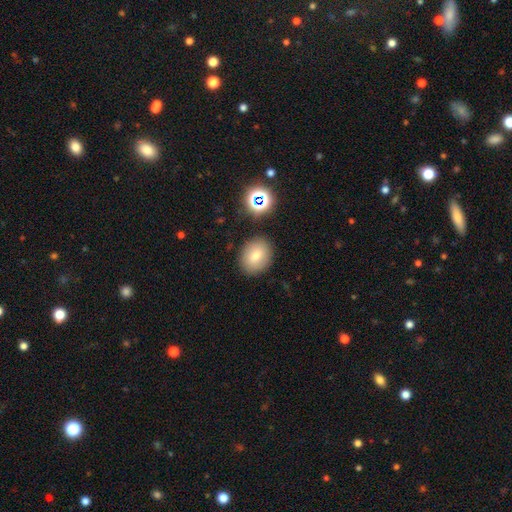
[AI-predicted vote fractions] This appears to be a smooth galaxy with no disk features (76%) that is round (51%). Merging: none (84%).